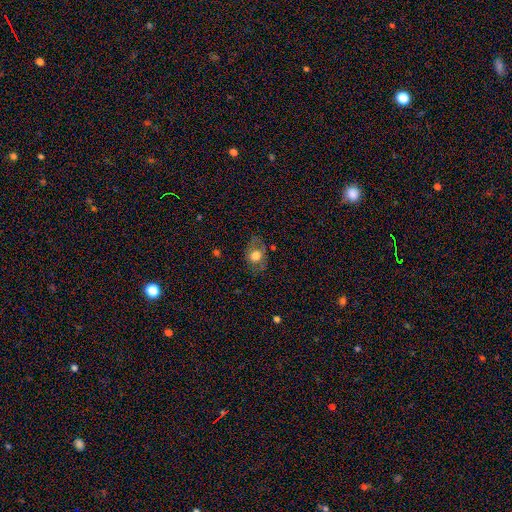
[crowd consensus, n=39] A smooth galaxy with no disk features (62%) that is in between round and cigar-shaped (67%). Merging: none (53%).